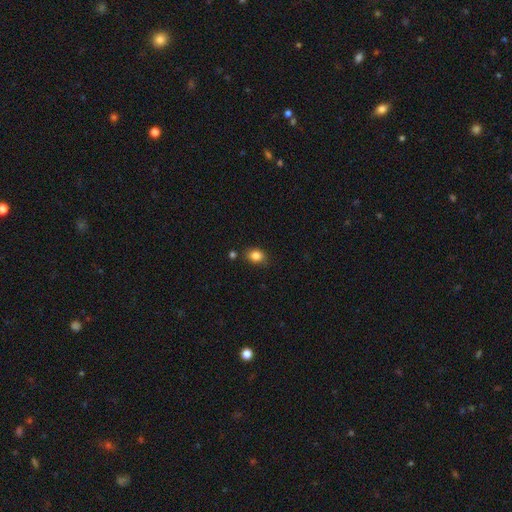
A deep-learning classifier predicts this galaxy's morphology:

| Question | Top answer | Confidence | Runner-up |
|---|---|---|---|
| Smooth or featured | smooth | 84% | star or artifact (10%) |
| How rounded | in between | 55% | round (44%) |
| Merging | none | 79% | minor disturbance (14%) |